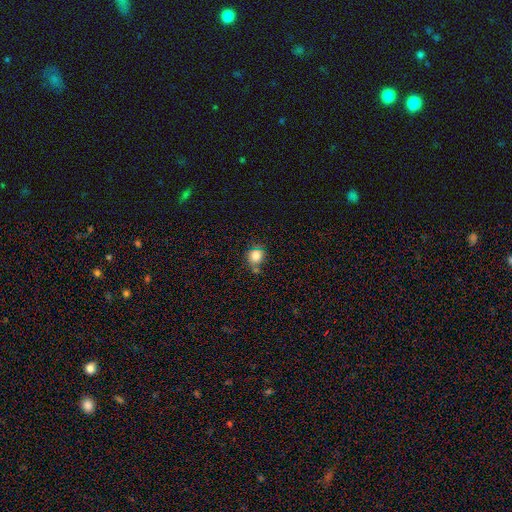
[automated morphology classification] Smooth or featured? Predicted: smooth (p=0.81). How rounded? Predicted: round (p=0.85). Merging? Predicted: none (p=0.66).